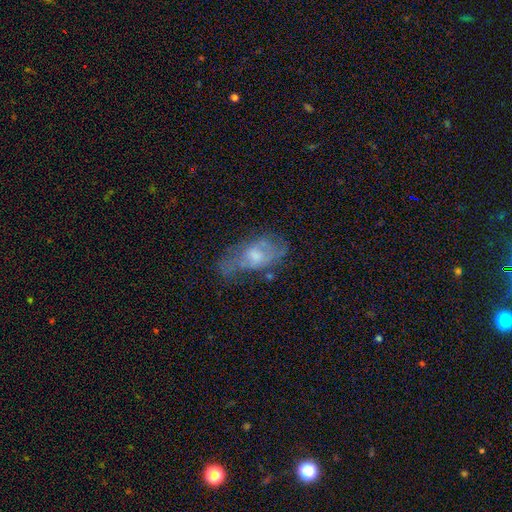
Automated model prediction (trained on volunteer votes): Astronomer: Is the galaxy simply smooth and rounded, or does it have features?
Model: featured or disk — 55% (runner-up: smooth, 35%).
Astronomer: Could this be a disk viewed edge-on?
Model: no — 90%.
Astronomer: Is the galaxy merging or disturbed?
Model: none — 45% (runner-up: minor disturbance, 29%).